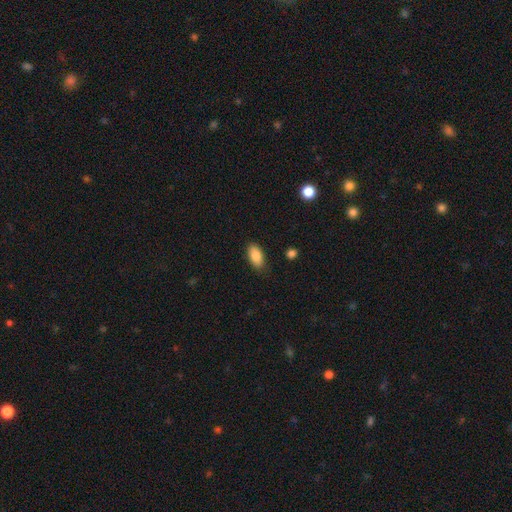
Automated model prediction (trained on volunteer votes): This is clearly a smooth galaxy (86%). How rounded: clearly in between (92%). Merging: clearly none (85%).